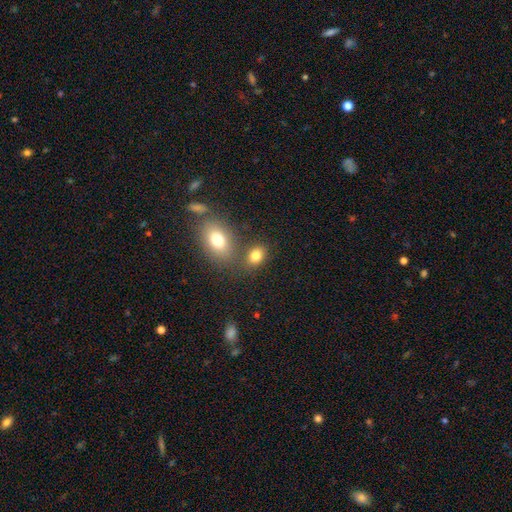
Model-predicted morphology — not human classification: Smooth or featured?
  - smooth: 79% *
  - star or artifact: 12%
  - featured or disk: 9%
How rounded?
  - in between: 71% *
  - round: 27%
  - cigar-shaped: 2%
Merging?
  - none: 65% *
  - merger: 19%
  - minor disturbance: 11%
  - major disturbance: 4%